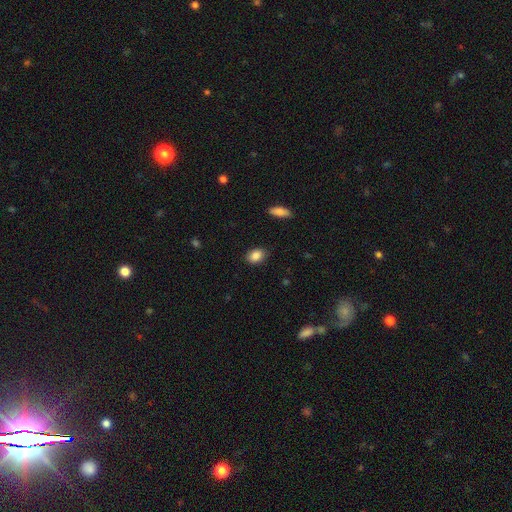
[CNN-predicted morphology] This appears to be a smooth galaxy with no disk features (87%) that is in between round and cigar-shaped (75%). Merging: none (86%).